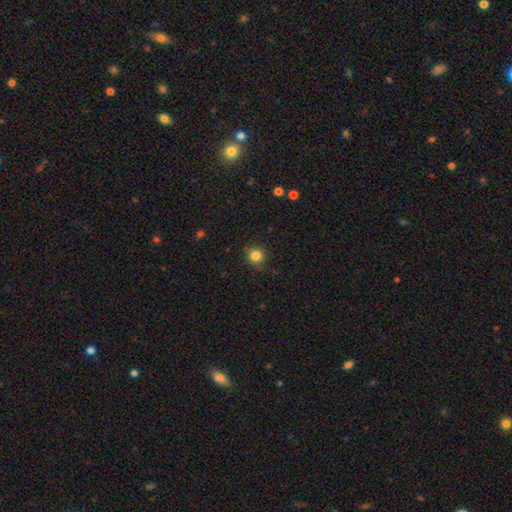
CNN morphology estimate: Smooth or featured? Predicted: smooth (p=0.83). How rounded? Predicted: round (p=0.94). Merging? Predicted: none (p=0.88).